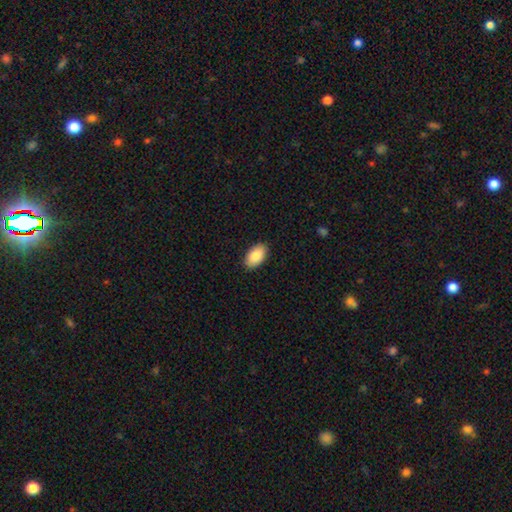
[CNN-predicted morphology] A smooth galaxy with no disk features (87%) that is in between round and cigar-shaped (95%). Merging: none (88%).